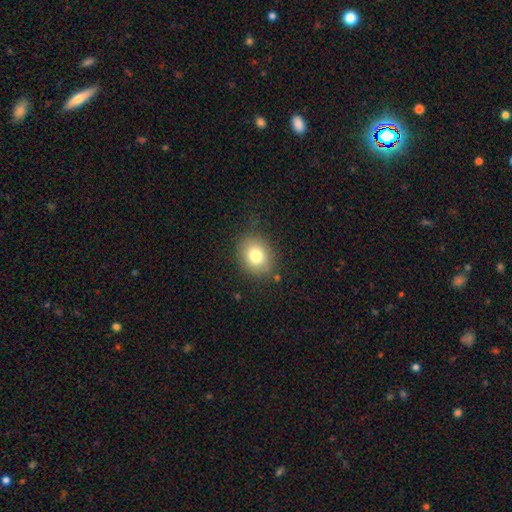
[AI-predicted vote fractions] Overall: smooth (78%). How rounded: round (57%; in between 42%). Merging: none (82%).